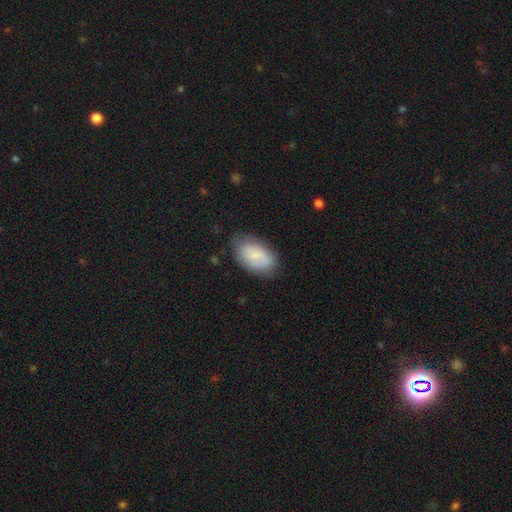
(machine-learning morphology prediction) This is likely a smooth galaxy (78%). How rounded: clearly in between (93%). Merging: likely none (72%).